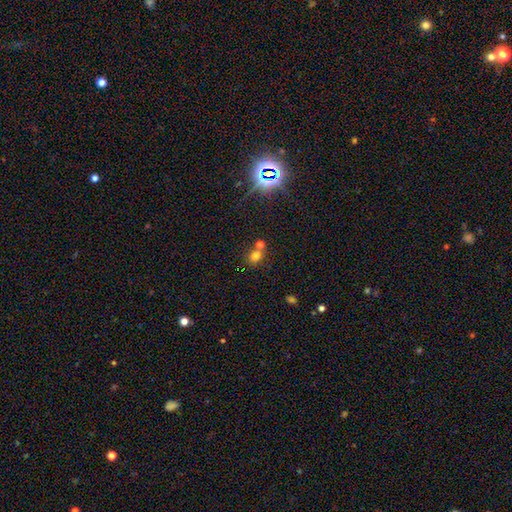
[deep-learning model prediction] Morphology: type=smooth (69%); roundness=round (62%); merging=none (52%).